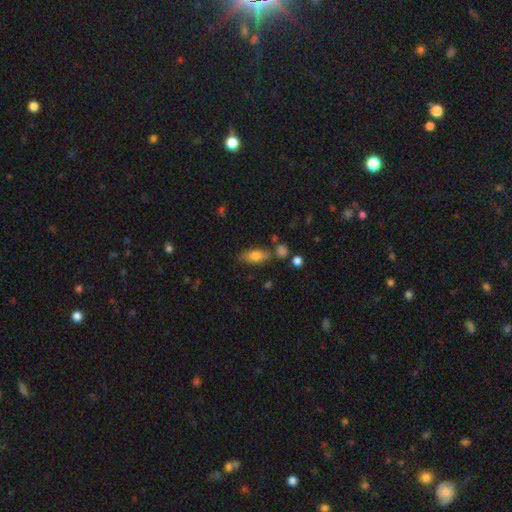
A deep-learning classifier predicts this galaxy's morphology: Smooth or featured?
  - smooth: 77% *
  - featured or disk: 16%
  - star or artifact: 7%
How rounded?
  - in between: 79% *
  - cigar-shaped: 17%
  - round: 4%
Merging?
  - none: 69% *
  - minor disturbance: 17%
  - merger: 10%
  - major disturbance: 4%